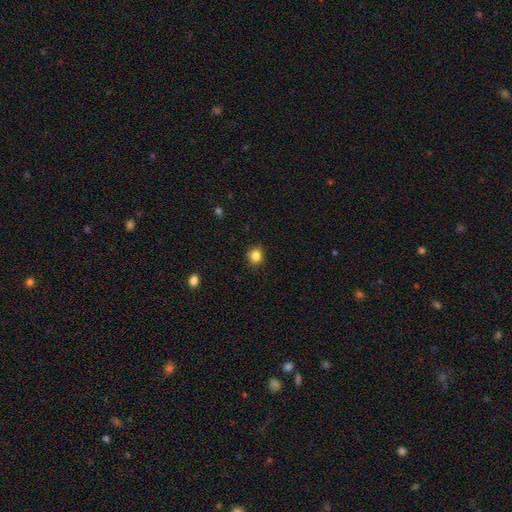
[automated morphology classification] A smooth galaxy with no disk features (84%) that is round (75%). Merging: none (86%).